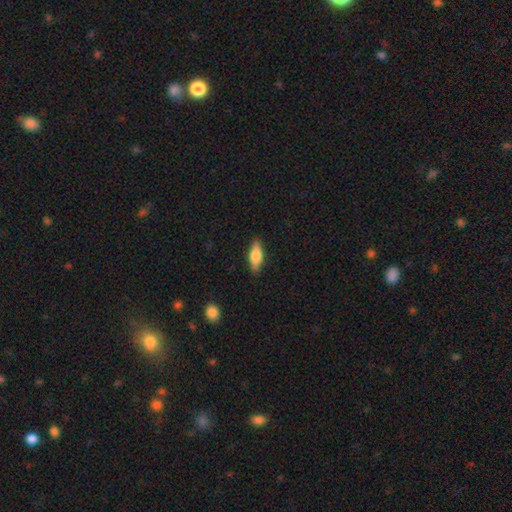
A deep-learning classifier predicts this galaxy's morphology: smooth 66%, featured or disk 27%, star or artifact 7%. Down the decision tree: how rounded — in between (62%); merging — none (88%).